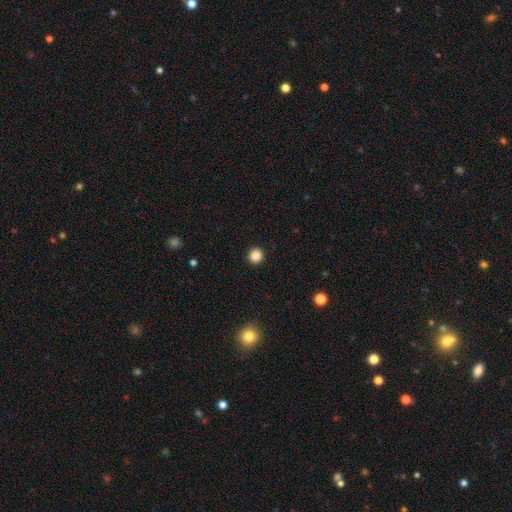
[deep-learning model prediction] Smooth or featured? smooth (86%)
How rounded? round (95%)
Merging? none (93%)